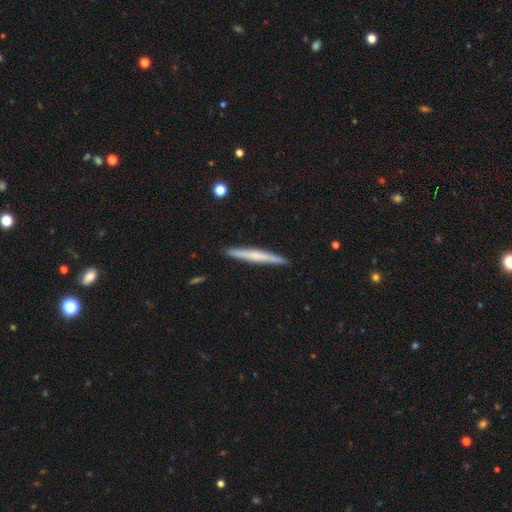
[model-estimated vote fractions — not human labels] smooth-or-featured: featured or disk: 50% | smooth: 44% | star or artifact: 6%
  merging: none: 91% | minor disturbance: 6% | major disturbance: 1% | merger: 1%